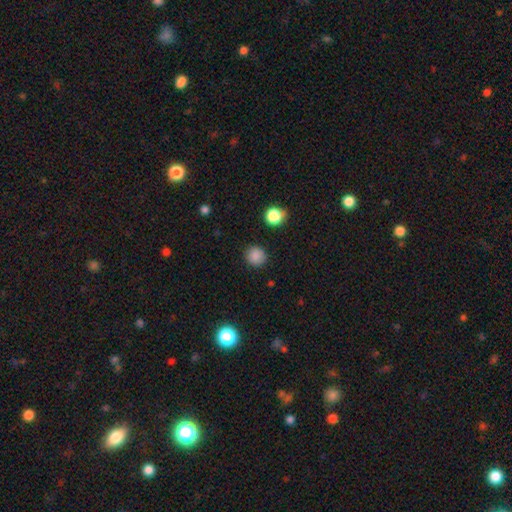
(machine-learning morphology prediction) smooth_or_featured: smooth (p=0.85) [alt: star or artifact p=0.11]
how_rounded: round (p=0.92) [alt: in between p=0.07]
merging: none (p=0.89) [alt: minor disturbance p=0.08]